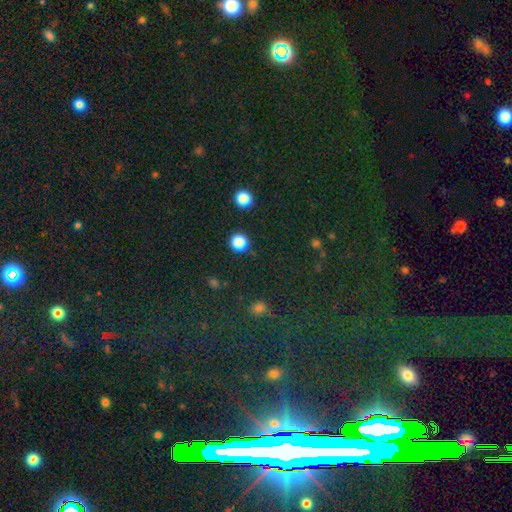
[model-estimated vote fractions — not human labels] Overall: star or artifact (77%).